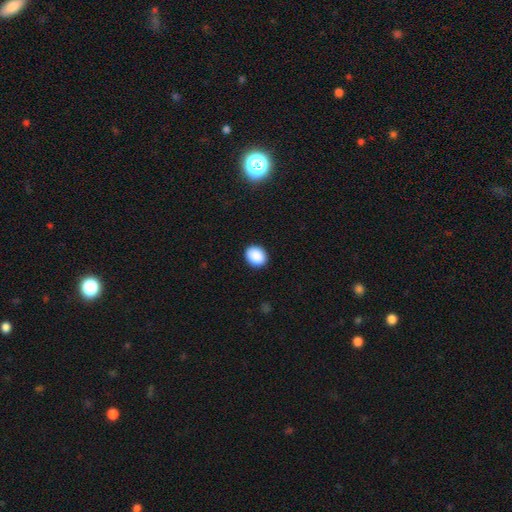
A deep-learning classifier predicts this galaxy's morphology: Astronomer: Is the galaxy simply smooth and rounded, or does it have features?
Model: smooth — 90%.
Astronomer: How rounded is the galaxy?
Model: in between — 50% (runner-up: round, 49%).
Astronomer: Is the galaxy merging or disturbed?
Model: none — 91%.